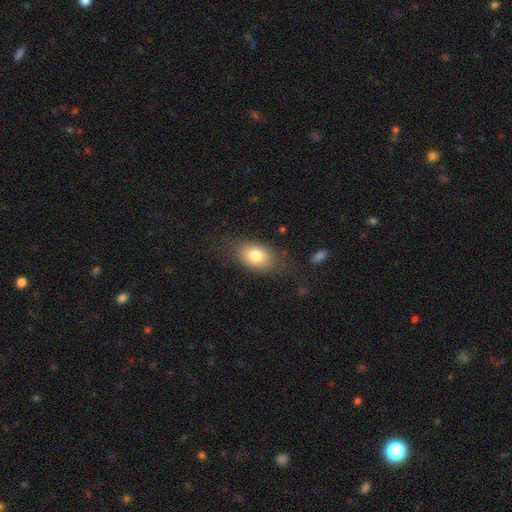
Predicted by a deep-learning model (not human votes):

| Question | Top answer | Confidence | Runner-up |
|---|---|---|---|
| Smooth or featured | smooth | 79% | featured or disk (13%) |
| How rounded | in between | 82% | round (17%) |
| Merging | none | 72% | minor disturbance (19%) |